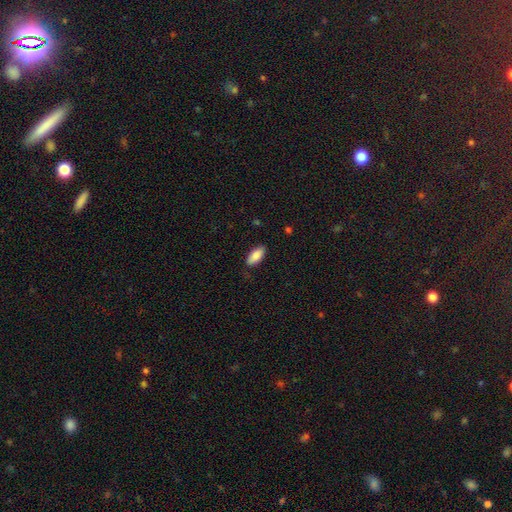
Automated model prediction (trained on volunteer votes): Smooth or featured: smooth — 87% (featured or disk — 7%)
How rounded: in between — 87% (cigar-shaped — 12%)
Merging: none — 83% (minor disturbance — 13%)